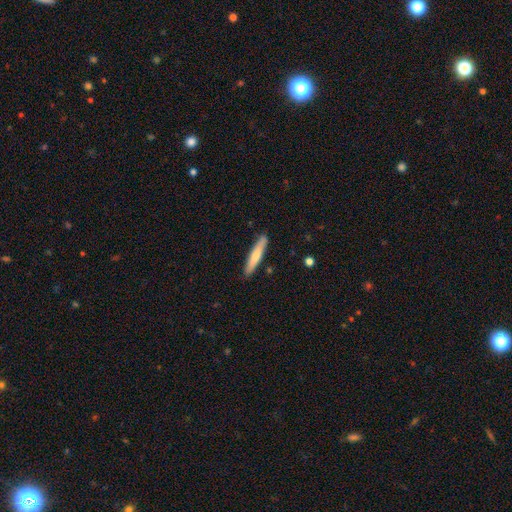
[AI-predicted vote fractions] This is likely a smooth galaxy (68%). How rounded: clearly cigar-shaped (90%). Merging: clearly none (89%).